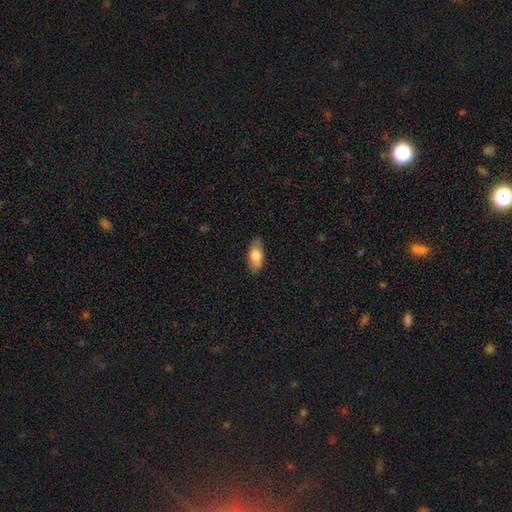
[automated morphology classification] smooth 73%, featured or disk 21%, star or artifact 6%. Down the decision tree: how rounded — in between (86%); merging — none (83%).